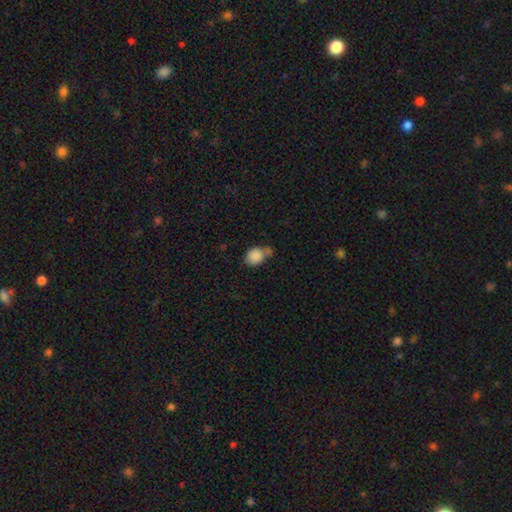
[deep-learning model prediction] A smooth galaxy with no disk features (86%) that is in between round and cigar-shaped (54%). Merging: none (42%).